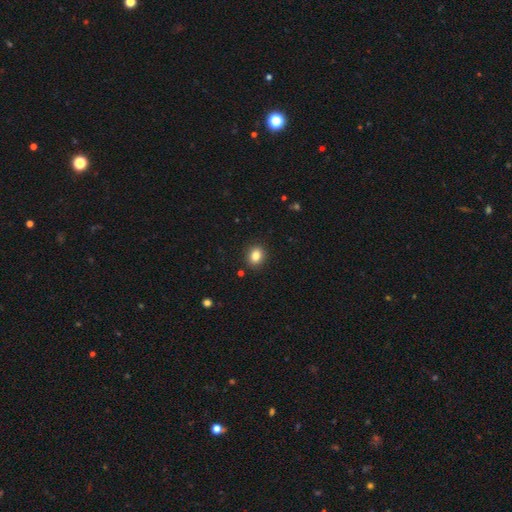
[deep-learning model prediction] smooth_or_featured: smooth (p=0.84) [alt: star or artifact p=0.10]
how_rounded: round (p=0.56) [alt: in between p=0.43]
merging: none (p=0.90) [alt: minor disturbance p=0.07]